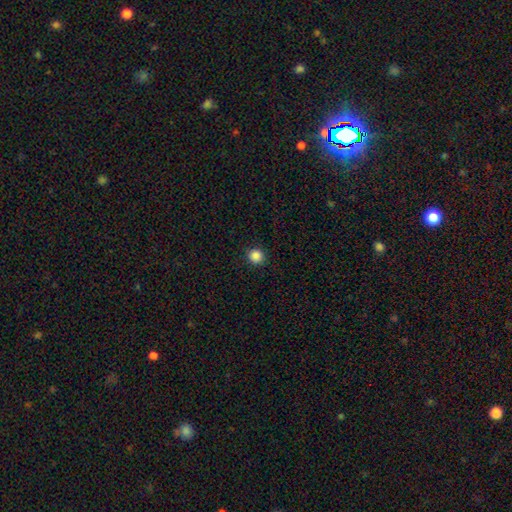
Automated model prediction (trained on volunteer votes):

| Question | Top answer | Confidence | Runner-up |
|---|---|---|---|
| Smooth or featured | smooth | 87% | star or artifact (11%) |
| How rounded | round | 94% | in between (5%) |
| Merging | none | 92% | minor disturbance (5%) |